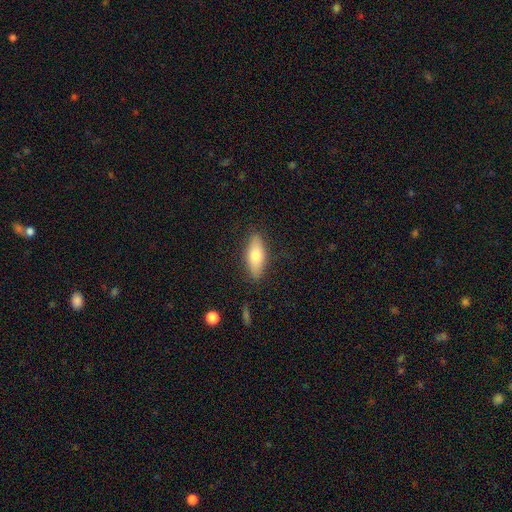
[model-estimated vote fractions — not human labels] A smooth galaxy with no disk features (71%) that is in between round and cigar-shaped (67%). Merging: none (86%).